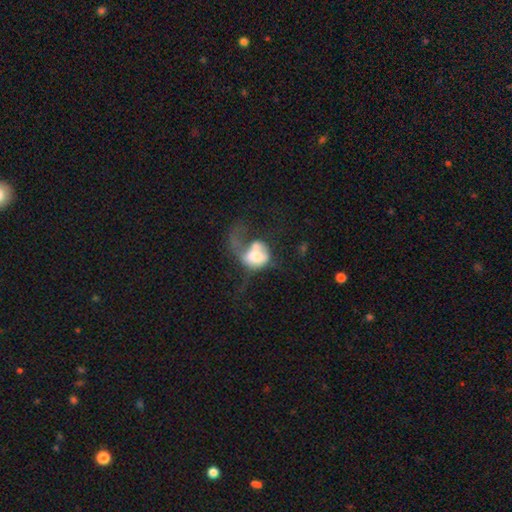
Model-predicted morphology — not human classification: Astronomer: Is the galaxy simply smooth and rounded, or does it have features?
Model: smooth — 52% (runner-up: featured or disk, 39%).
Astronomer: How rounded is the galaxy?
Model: in between — 50% (runner-up: round, 49%).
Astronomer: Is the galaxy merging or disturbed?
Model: major disturbance — 44% (runner-up: merger, 36%).